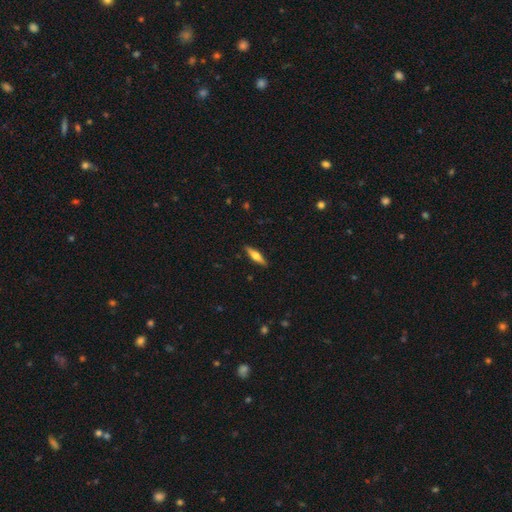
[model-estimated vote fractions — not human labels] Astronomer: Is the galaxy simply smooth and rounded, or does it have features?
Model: featured or disk — 53% (runner-up: smooth, 41%).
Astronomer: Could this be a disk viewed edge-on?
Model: yes — 95%.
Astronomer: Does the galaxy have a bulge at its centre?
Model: rounded — 92%.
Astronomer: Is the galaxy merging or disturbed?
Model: none — 90%.